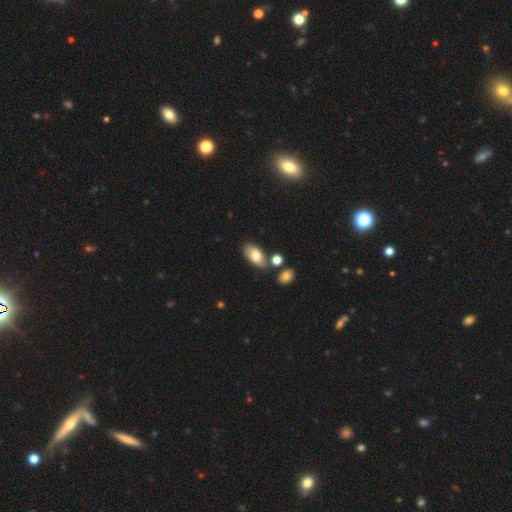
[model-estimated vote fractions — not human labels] Smooth or featured? Predicted: smooth (p=0.75). How rounded? Predicted: in between (p=0.92). Merging? Predicted: none (p=0.71).